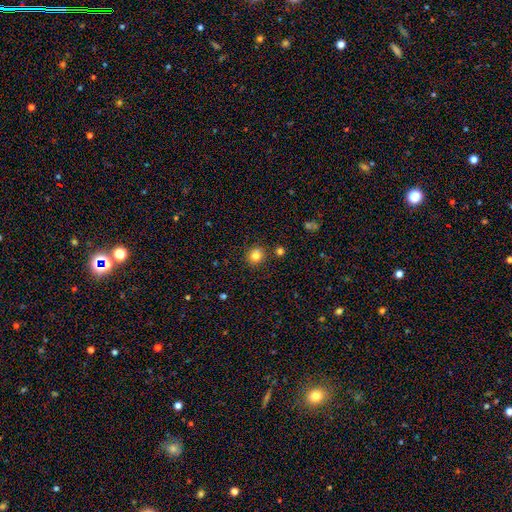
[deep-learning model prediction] smooth-or-featured: smooth: 82% | star or artifact: 12% | featured or disk: 6%
  how-rounded: round: 85% | in between: 14% | cigar-shaped: 1%
  merging: none: 87% | minor disturbance: 7% | merger: 4% | major disturbance: 2%